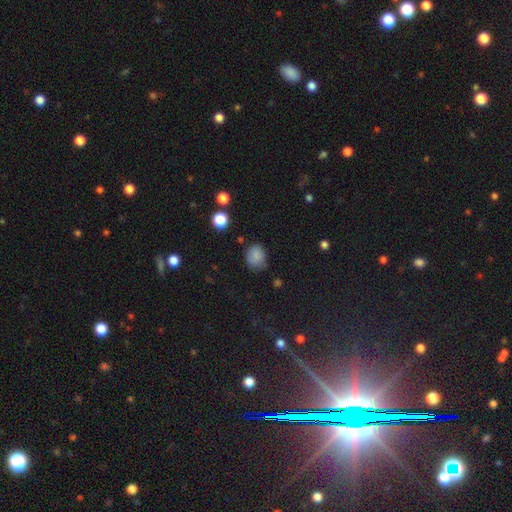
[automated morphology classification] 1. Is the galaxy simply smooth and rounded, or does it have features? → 82% smooth, 12% star or artifact, 7% featured or disk.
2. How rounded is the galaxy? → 66% round, 33% in between, 1% cigar-shaped.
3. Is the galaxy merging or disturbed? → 68% none, 24% minor disturbance, 6% major disturbance, 2% merger.